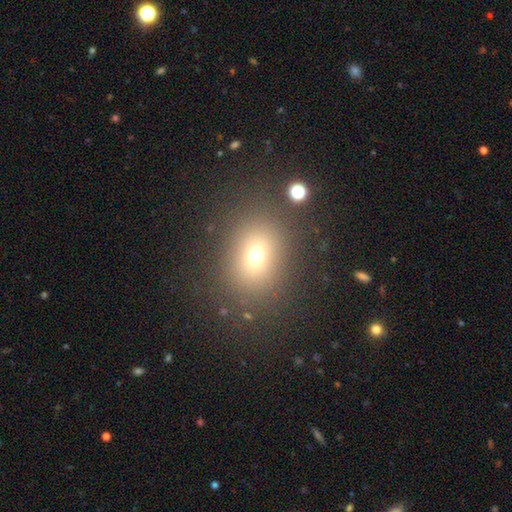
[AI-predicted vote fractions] Overall: smooth (68%). How rounded: round (50%; in between 49%). Merging: none (83%).